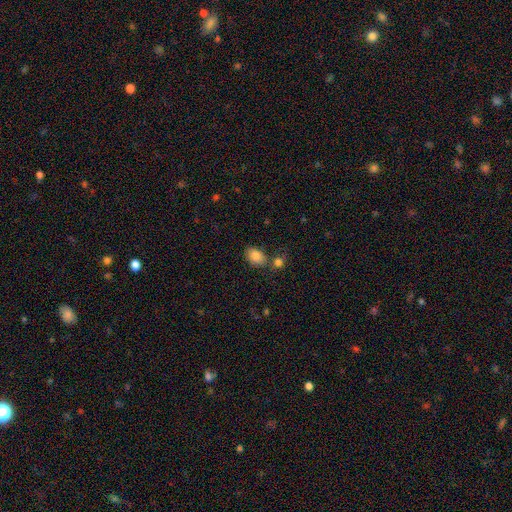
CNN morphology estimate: Smooth or featured?
  - smooth: 85% *
  - star or artifact: 8%
  - featured or disk: 6%
How rounded?
  - in between: 78% *
  - round: 21%
  - cigar-shaped: 1%
Merging?
  - none: 65% *
  - merger: 17%
  - minor disturbance: 14%
  - major disturbance: 4%